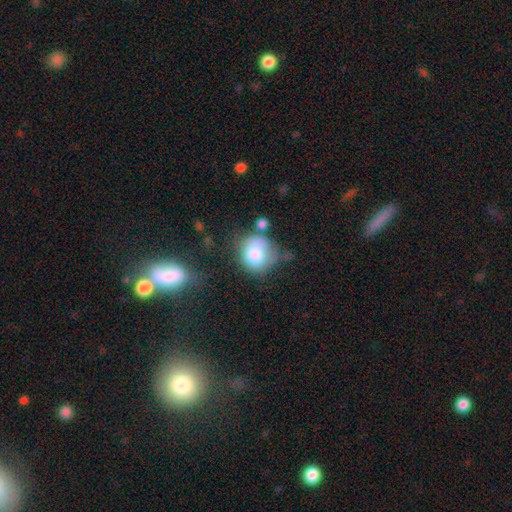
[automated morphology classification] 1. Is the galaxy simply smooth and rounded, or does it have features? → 78% smooth, 14% featured or disk, 9% star or artifact.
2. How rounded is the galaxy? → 79% round, 20% in between, 1% cigar-shaped.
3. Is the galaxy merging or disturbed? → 43% none, 27% minor disturbance, 15% major disturbance, 14% merger.